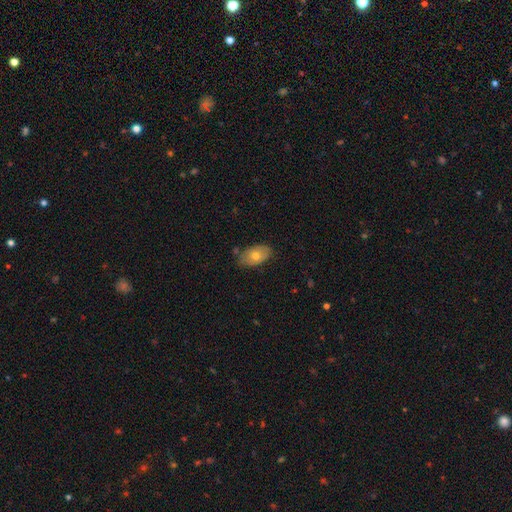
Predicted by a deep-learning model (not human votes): Q: Smooth or featured?
A: smooth (65%); runner-up: featured or disk (28%)
Q: How rounded?
A: in between (90%); runner-up: round (8%)
Q: Merging?
A: none (75%); runner-up: minor disturbance (19%)